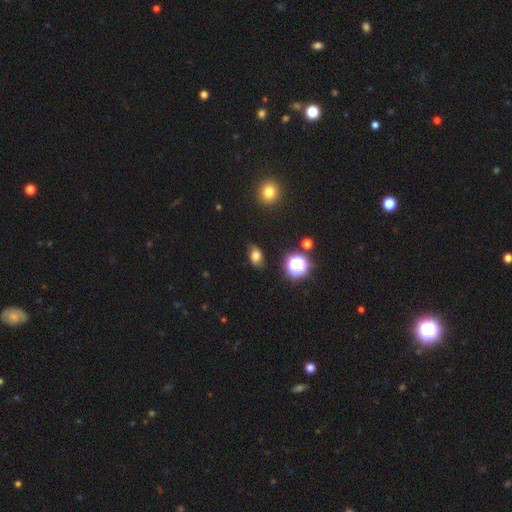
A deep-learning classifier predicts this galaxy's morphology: This appears to be a smooth galaxy with no disk features (76%) that is in between round and cigar-shaped (81%). Merging: none (82%).